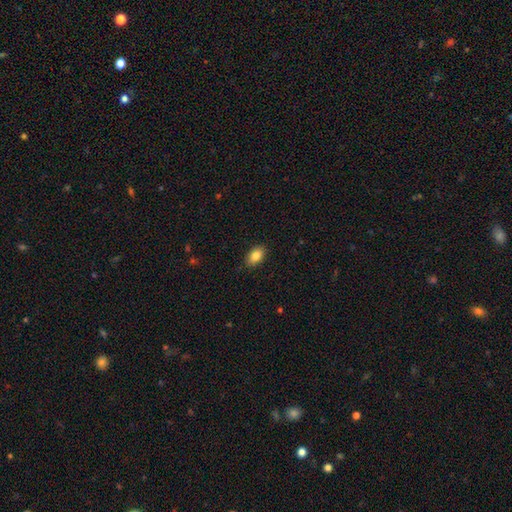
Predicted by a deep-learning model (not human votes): Smooth or featured? smooth (85%)
How rounded? in between (91%)
Merging? none (87%)